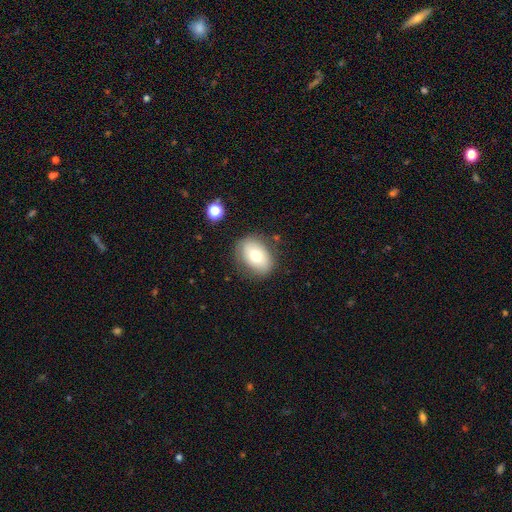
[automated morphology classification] The model was most divided on "how rounded": in between: 73%, round: 26%, cigar-shaped: 1%. More confident: merging — none (79%); smooth or featured — smooth (69%).